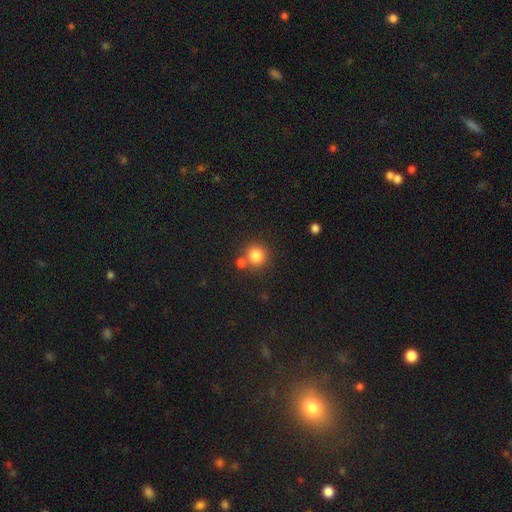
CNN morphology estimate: Smooth or featured: smooth — 83% (star or artifact — 11%)
How rounded: round — 92% (in between — 7%)
Merging: none — 72% (merger — 18%)